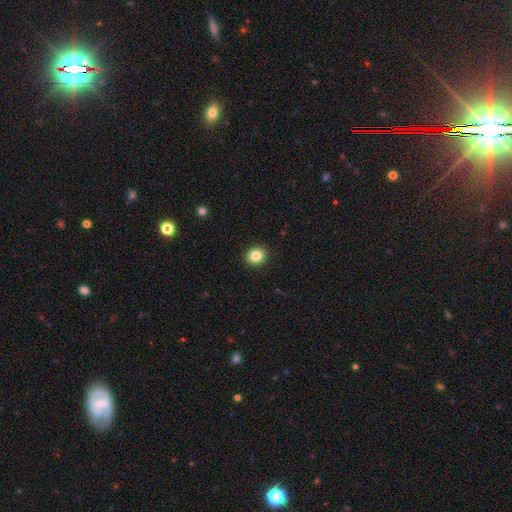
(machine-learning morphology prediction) This appears to be a smooth galaxy with no disk features (84%) that is round (81%). Merging: none (92%).